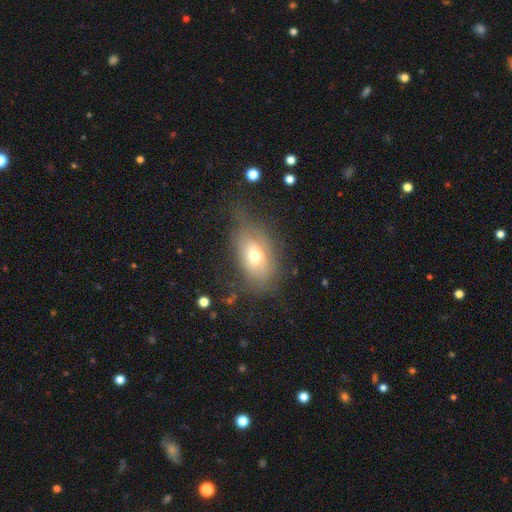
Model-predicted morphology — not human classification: smooth_or_featured: smooth (p=0.59) [alt: featured or disk p=0.30]
how_rounded: in between (p=0.84) [alt: round p=0.12]
merging: none (p=0.48) [alt: minor disturbance p=0.31]